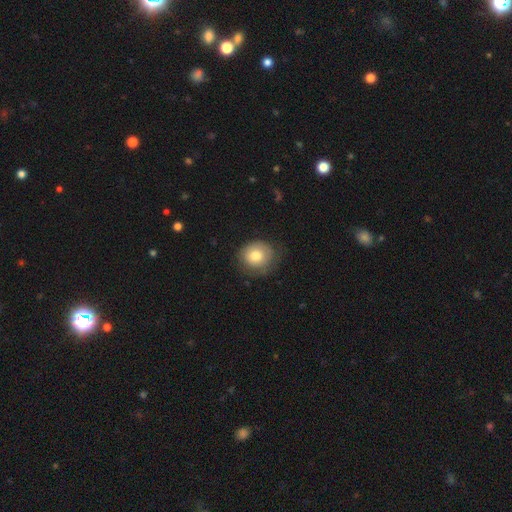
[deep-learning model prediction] This appears to be a smooth galaxy with no disk features (77%) that is round (79%). Merging: none (71%).